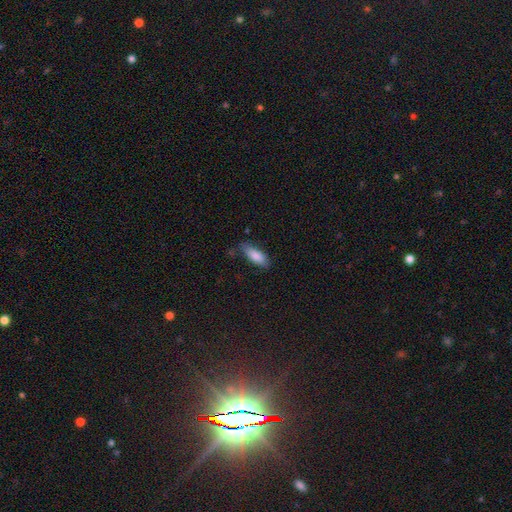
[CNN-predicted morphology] Smooth or featured: smooth — 85% (featured or disk — 9%)
How rounded: in between — 73% (cigar-shaped — 25%)
Merging: none — 68% (minor disturbance — 24%)